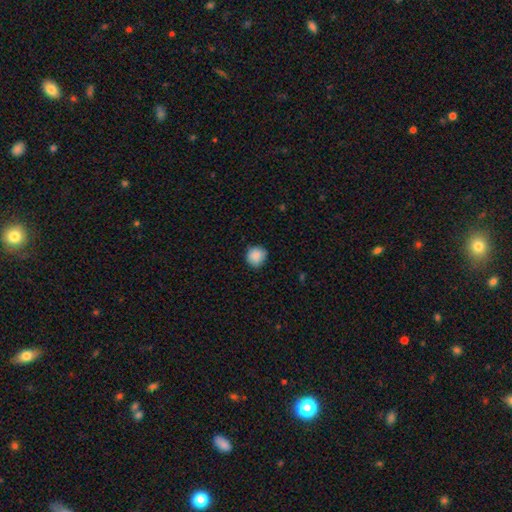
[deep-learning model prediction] A smooth galaxy with no disk features (88%) that is round (89%). Merging: none (81%).